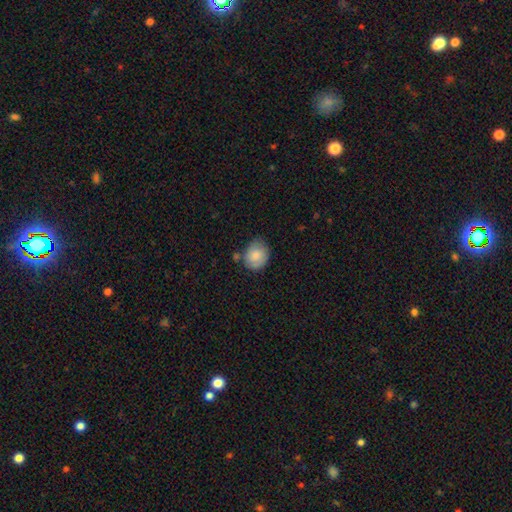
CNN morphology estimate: This appears to be a smooth galaxy with no disk features (80%) that is round (65%). Merging: none (67%).